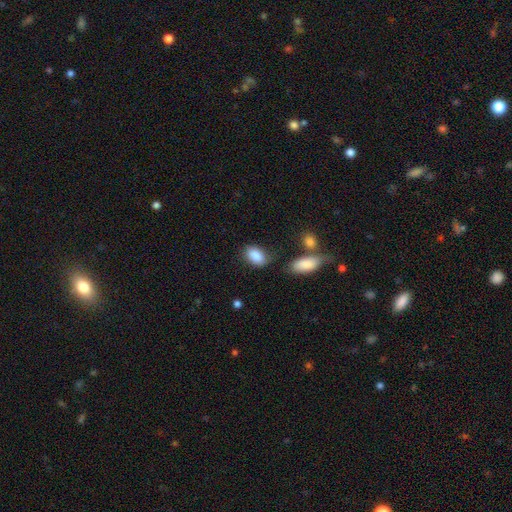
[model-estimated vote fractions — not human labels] A smooth galaxy with no disk features (88%) that is in between round and cigar-shaped (90%). Merging: none (64%).